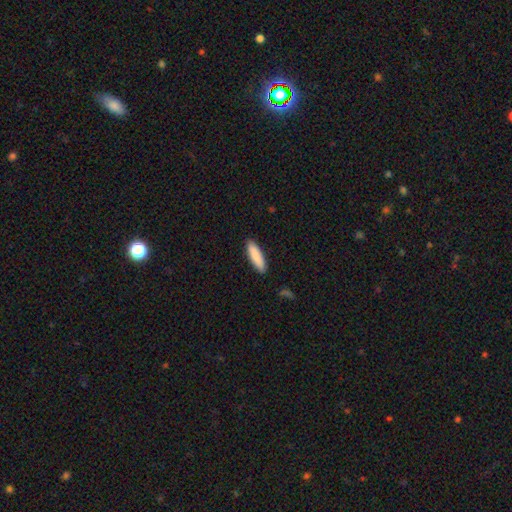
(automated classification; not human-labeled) This is clearly a smooth galaxy (88%). How rounded: likely cigar-shaped (62%). Merging: clearly none (90%).